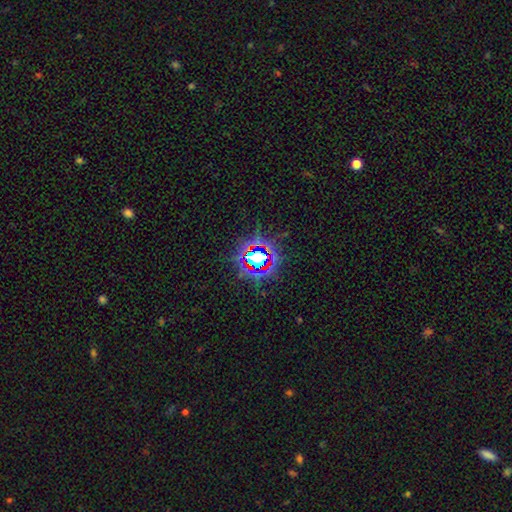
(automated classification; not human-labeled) star or artifact 71%, smooth 18%, featured or disk 11%.